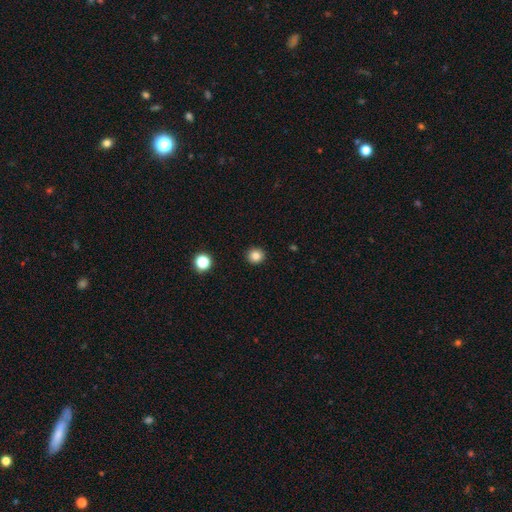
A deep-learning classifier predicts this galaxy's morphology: Smooth or featured? smooth (83%)
How rounded? round (92%)
Merging? none (92%)